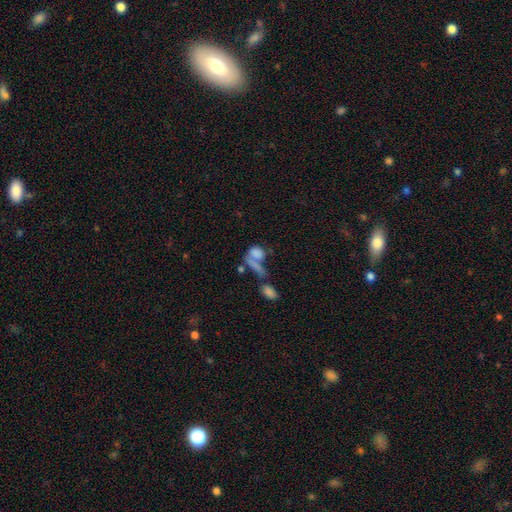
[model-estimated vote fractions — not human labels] The model was most divided on "merging": merger: 50%, none: 21%, major disturbance: 19%, minor disturbance: 10%. More confident: how rounded — in between (70%); smooth or featured — smooth (69%).